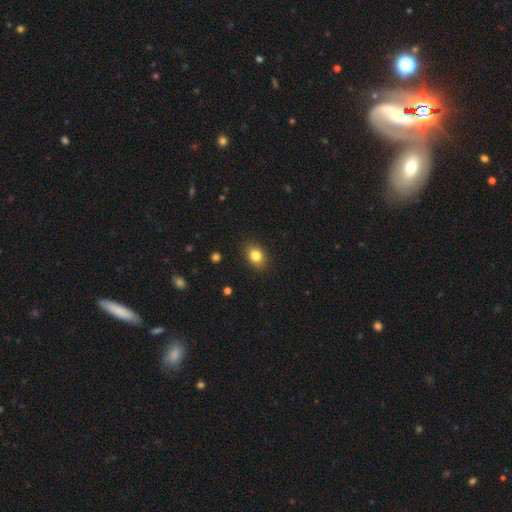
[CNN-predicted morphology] This is clearly a smooth galaxy (83%). How rounded: likely in between (67%). Merging: clearly none (88%).